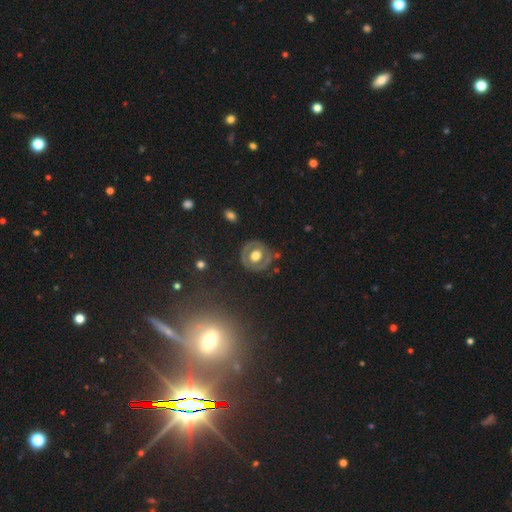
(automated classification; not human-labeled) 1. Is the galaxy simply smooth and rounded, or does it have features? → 53% featured or disk, 40% smooth, 7% star or artifact.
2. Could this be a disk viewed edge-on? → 94% no, 6% yes.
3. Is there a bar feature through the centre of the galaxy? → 79% no, 15% weak, 5% strong.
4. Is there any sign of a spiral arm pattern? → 82% no, 18% yes.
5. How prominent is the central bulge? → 49% moderate, 44% large, 3% dominant, 3% small, 1% none.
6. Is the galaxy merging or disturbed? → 80% none, 13% minor disturbance, 5% major disturbance, 2% merger.